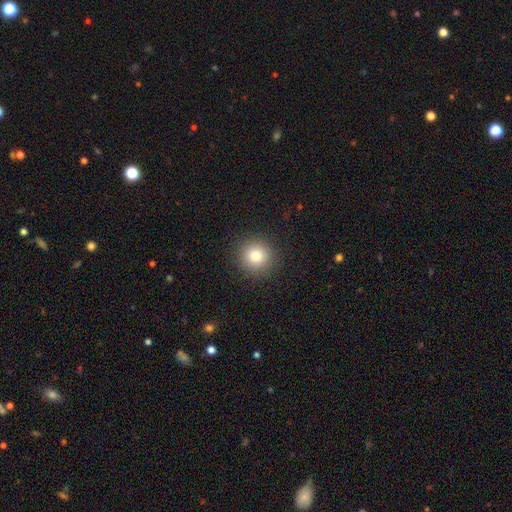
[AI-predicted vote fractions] The model was most divided on "smooth or featured": smooth: 83%, star or artifact: 11%, featured or disk: 6%. More confident: how rounded — round (94%); merging — none (91%).